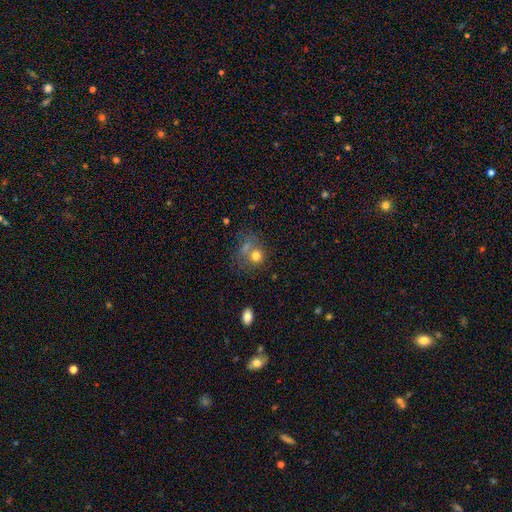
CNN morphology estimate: A smooth galaxy with no disk features (73%) that is round (73%). Merging: none (41%).